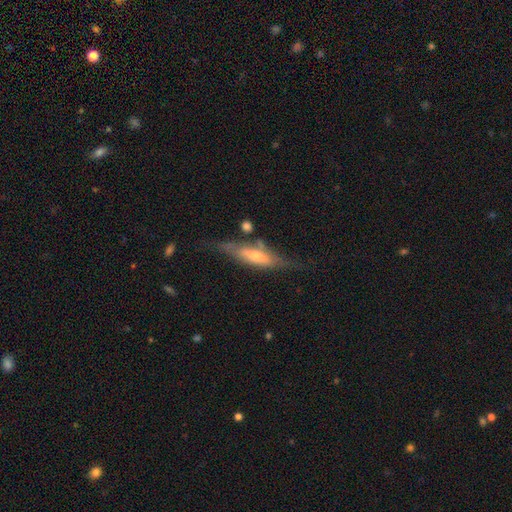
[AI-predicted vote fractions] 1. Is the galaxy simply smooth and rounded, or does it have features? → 62% featured or disk, 32% smooth, 7% star or artifact.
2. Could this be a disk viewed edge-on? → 78% yes, 22% no.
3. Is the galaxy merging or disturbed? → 58% none, 24% minor disturbance, 11% major disturbance, 7% merger.